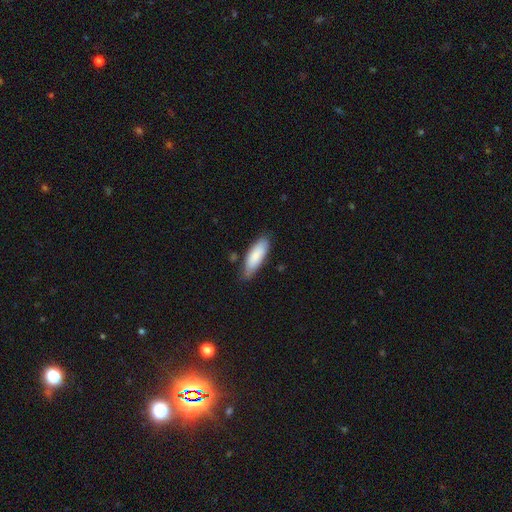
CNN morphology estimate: Smooth or featured? smooth (83%)
How rounded? in between (64%)
Merging? none (68%)